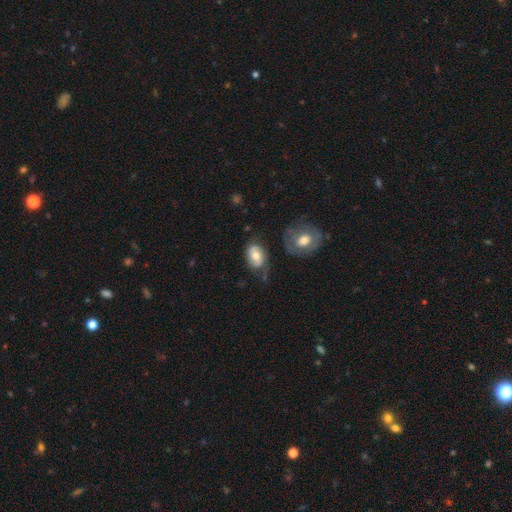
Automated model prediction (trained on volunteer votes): Overall: smooth (52%; featured or disk 41%). How rounded: in between (82%). Merging: none (48%; minor disturbance 29%).